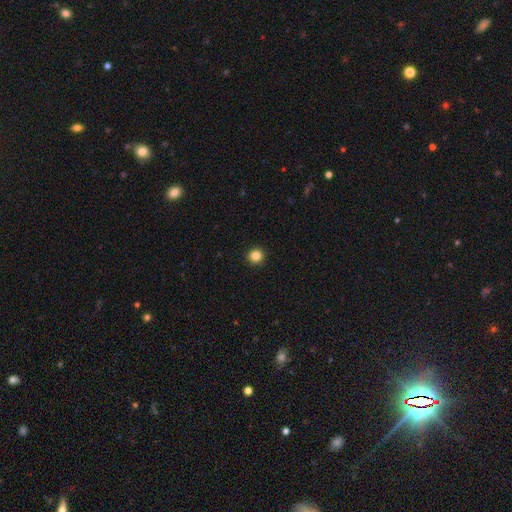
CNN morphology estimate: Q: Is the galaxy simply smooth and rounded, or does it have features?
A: smooth — 85%.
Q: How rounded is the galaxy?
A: round — 95%.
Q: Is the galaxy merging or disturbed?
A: none — 93%.